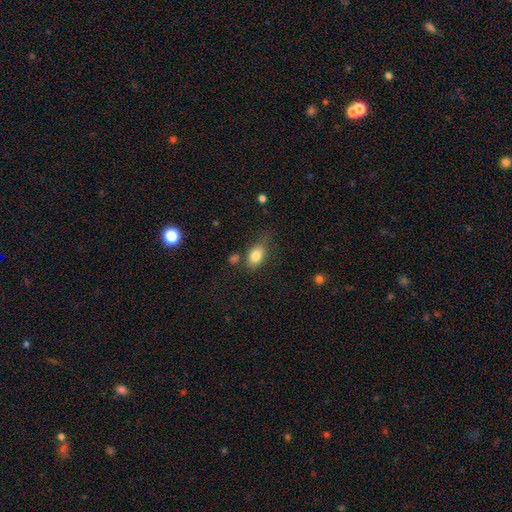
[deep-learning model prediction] Smooth or featured: smooth — 82% (featured or disk — 10%)
How rounded: in between — 82% (round — 15%)
Merging: none — 59% (minor disturbance — 25%)